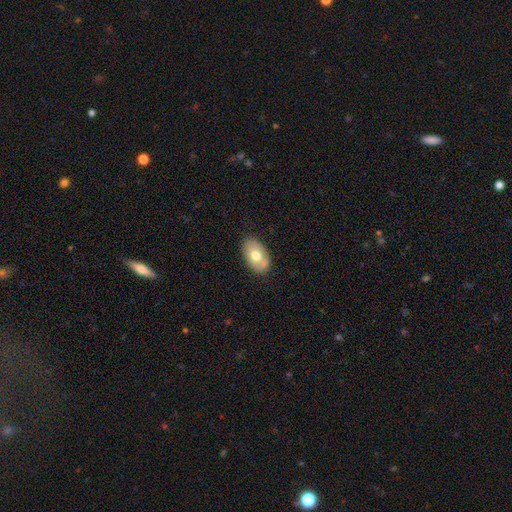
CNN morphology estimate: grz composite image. It shows a smooth galaxy with no disk features (68%) that is in between round and cigar-shaped (90%). Merging: none (79%).